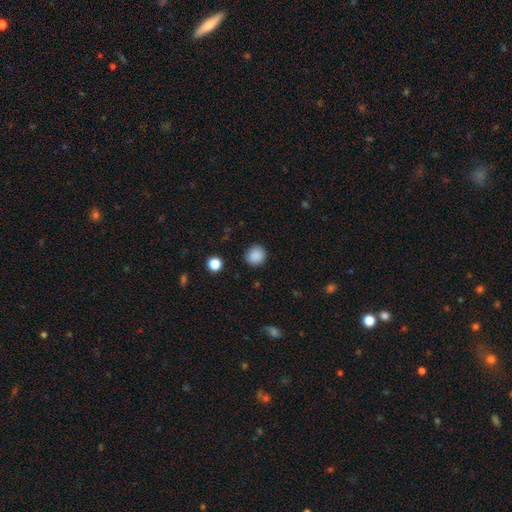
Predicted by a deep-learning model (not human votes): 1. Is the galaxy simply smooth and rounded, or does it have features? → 87% smooth, 10% star or artifact, 3% featured or disk.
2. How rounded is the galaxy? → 89% round, 11% in between, 1% cigar-shaped.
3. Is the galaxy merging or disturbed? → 89% none, 8% minor disturbance, 2% major disturbance, 1% merger.